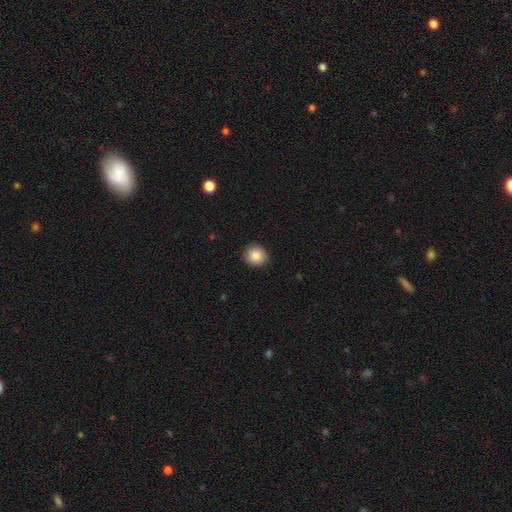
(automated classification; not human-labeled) smooth 87%, star or artifact 9%, featured or disk 4%. Down the decision tree: how rounded — round (87%); merging — none (91%).